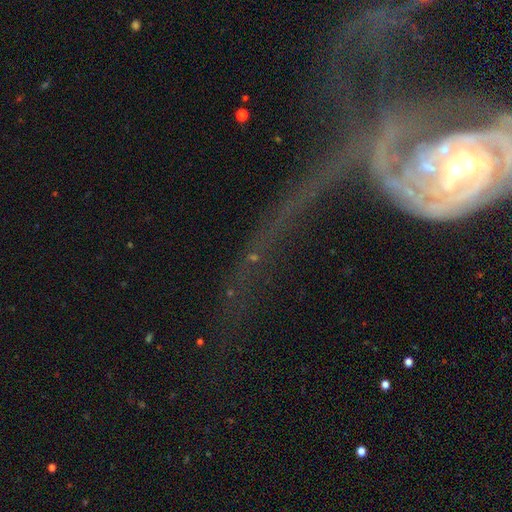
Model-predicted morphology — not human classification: smooth_or_featured: featured or disk (p=0.74) [alt: star or artifact p=0.15]
disk_edge_on: no (p=0.87) [alt: yes p=0.13]
bar: no (p=0.45) [alt: weak p=0.30]
has_spiral_arms: yes (p=0.71) [alt: no p=0.29]
bulge_size: small (p=0.46) [alt: moderate p=0.39]
merging: major disturbance (p=0.40) [alt: merger p=0.25]